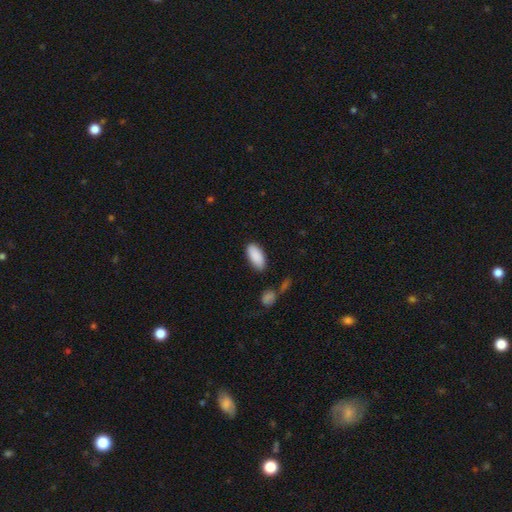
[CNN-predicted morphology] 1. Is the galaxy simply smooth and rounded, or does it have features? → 90% smooth, 6% star or artifact, 4% featured or disk.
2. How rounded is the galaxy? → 90% in between, 8% cigar-shaped, 2% round.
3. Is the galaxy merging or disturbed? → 81% none, 13% minor disturbance, 3% major disturbance, 3% merger.